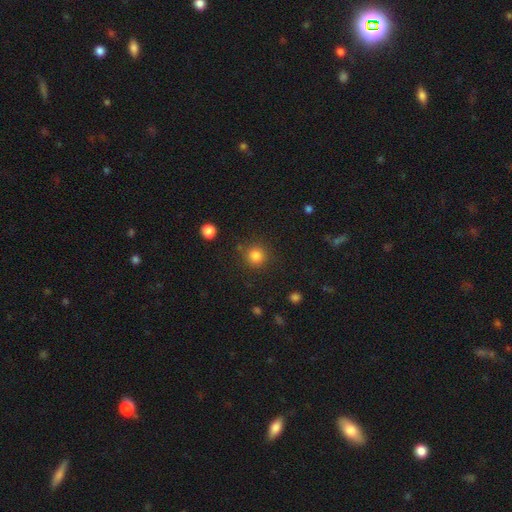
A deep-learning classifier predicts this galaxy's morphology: type=smooth (83%); roundness=round (93%); merging=none (86%).